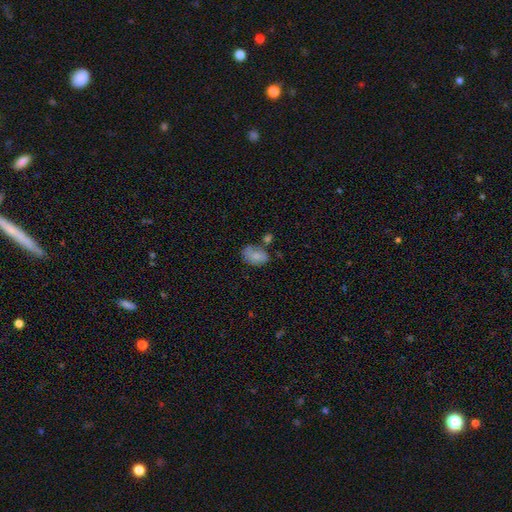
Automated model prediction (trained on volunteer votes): Smooth or featured? smooth (74%)
How rounded? in between (81%)
Merging? none (46%)